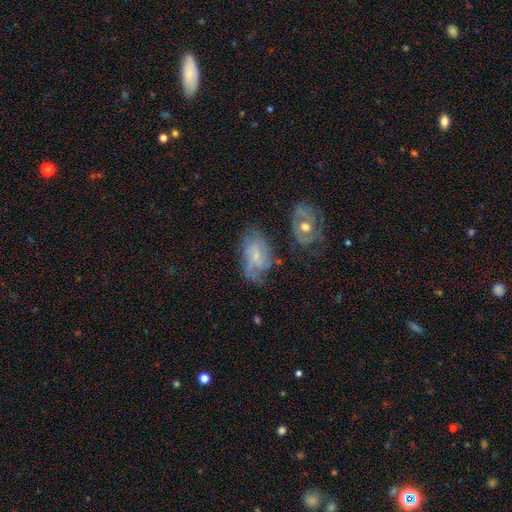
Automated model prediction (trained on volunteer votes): Smooth or featured? Predicted: featured or disk (p=0.56). Edge-on disk? Predicted: no (p=0.95). Bar? Predicted: no (p=0.58). Spiral arms? Predicted: yes (p=0.75). Bulge size? Predicted: small (p=0.64). Merging? Predicted: none (p=0.46).